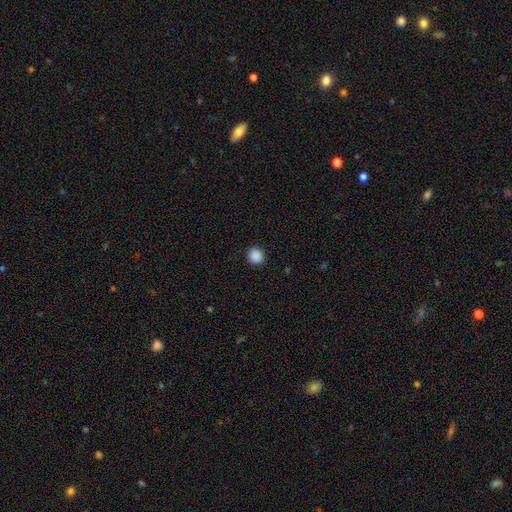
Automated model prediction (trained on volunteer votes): Q: Smooth or featured?
A: smooth (88%); runner-up: star or artifact (10%)
Q: How rounded?
A: round (93%); runner-up: in between (6%)
Q: Merging?
A: none (92%); runner-up: minor disturbance (5%)